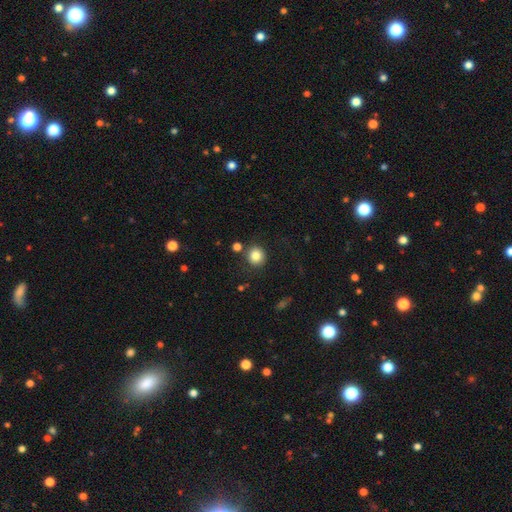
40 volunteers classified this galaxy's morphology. A smooth galaxy with no disk features (90%) that is round (92%).

Vote fractions:
- Smooth or featured? smooth: 90% / star or artifact: 8% / featured or disk: 2%
- How rounded? round: 92% / in between: 8% / cigar-shaped: 0%
- Merging? none: 84% / minor disturbance: 8% / major disturbance: 8% / merger: 0%